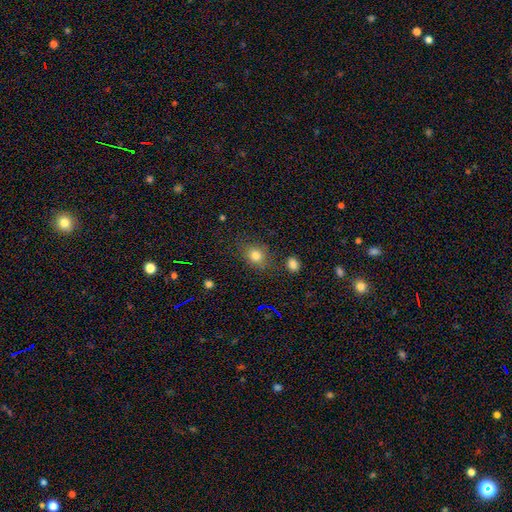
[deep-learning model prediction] smooth-or-featured: smooth: 78% | star or artifact: 15% | featured or disk: 7%
  how-rounded: round: 69% | in between: 30% | cigar-shaped: 1%
  merging: none: 77% | minor disturbance: 14% | major disturbance: 5% | merger: 4%